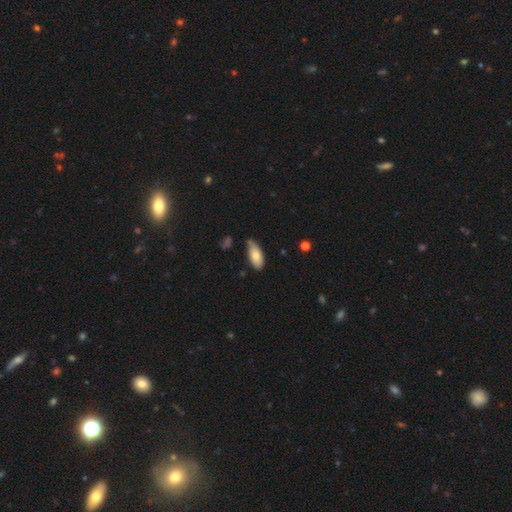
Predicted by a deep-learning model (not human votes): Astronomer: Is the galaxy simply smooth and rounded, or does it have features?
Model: smooth — 78%.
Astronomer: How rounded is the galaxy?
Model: in between — 87%.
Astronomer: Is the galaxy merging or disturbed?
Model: none — 66%.